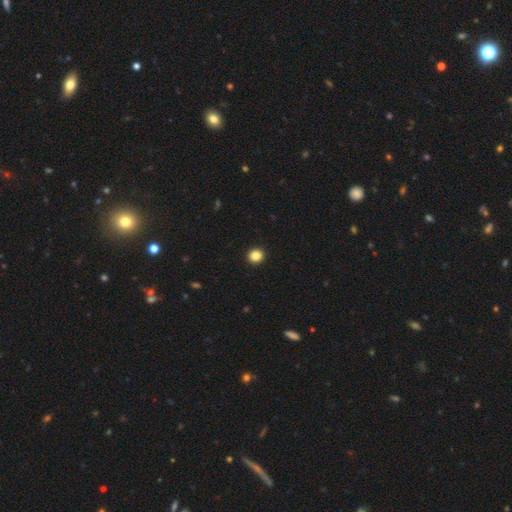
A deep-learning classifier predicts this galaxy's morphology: Overall: smooth (86%). How rounded: round (92%). Merging: none (94%).